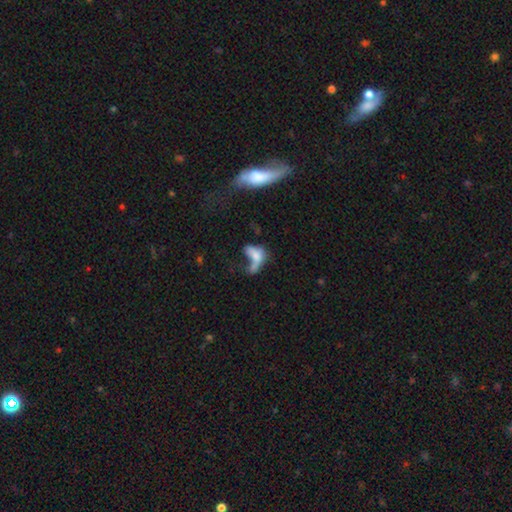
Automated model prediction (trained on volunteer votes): Smooth or featured? smooth (58%)
How rounded? in between (80%)
Merging? merger (36%)